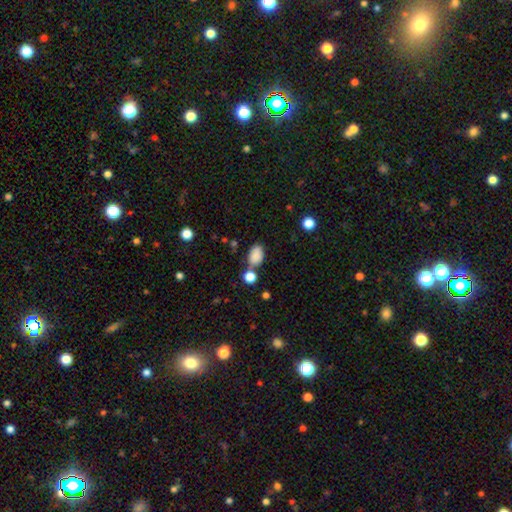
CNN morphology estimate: smooth_or_featured: smooth (p=0.86) [alt: star or artifact p=0.09]
how_rounded: in between (p=0.87) [alt: round p=0.11]
merging: none (p=0.65) [alt: minor disturbance p=0.15]